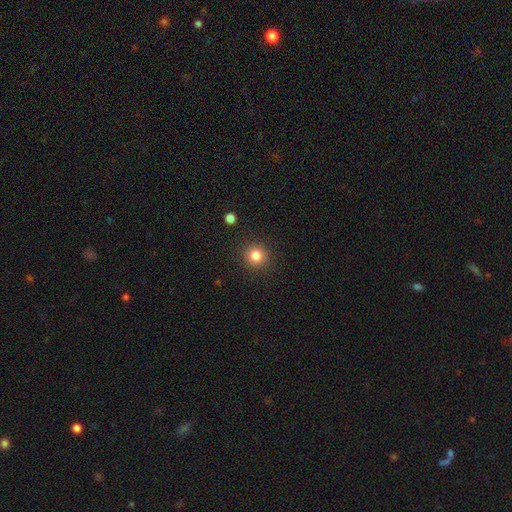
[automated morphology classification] The model was most divided on "smooth or featured": smooth: 83%, star or artifact: 11%, featured or disk: 5%. More confident: how rounded — round (93%); merging — none (90%).